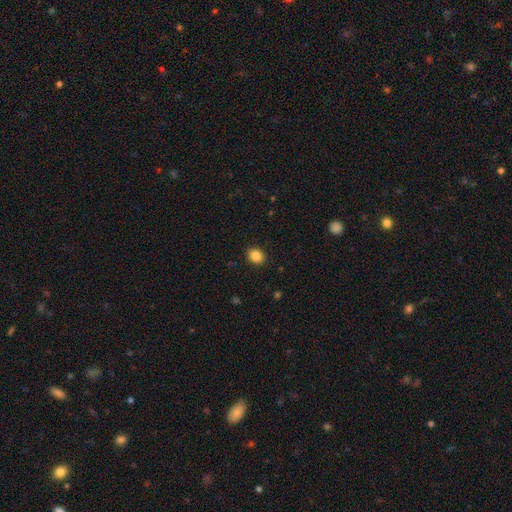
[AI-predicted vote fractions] Smooth or featured: smooth — 86% (star or artifact — 10%)
How rounded: round — 60% (in between — 40%)
Merging: none — 90% (minor disturbance — 7%)